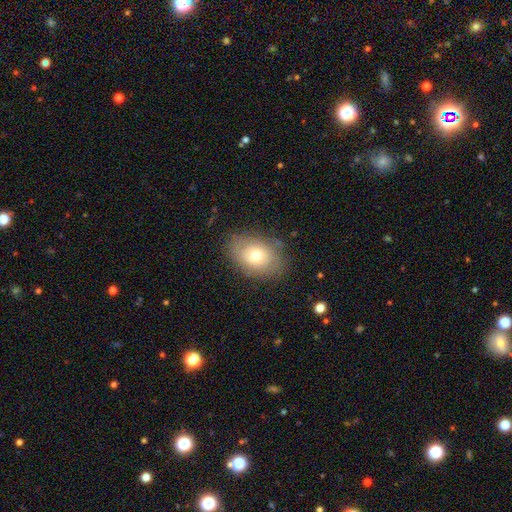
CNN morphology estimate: smooth 69%, featured or disk 22%, star or artifact 9%. Down the decision tree: how rounded — in between (80%); merging — none (79%).